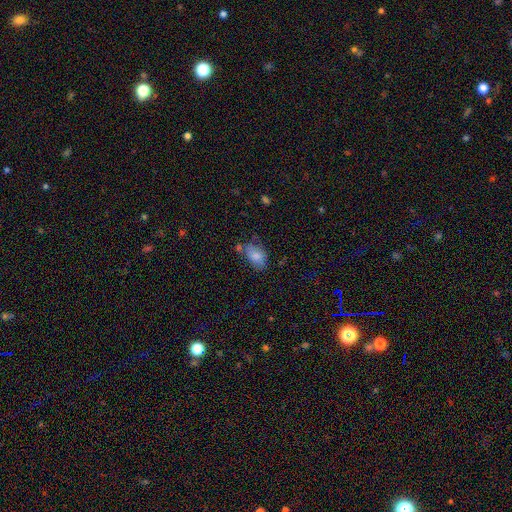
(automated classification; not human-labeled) Smooth or featured: smooth — 78% (featured or disk — 14%)
How rounded: in between — 89% (round — 9%)
Merging: none — 54% (minor disturbance — 27%)